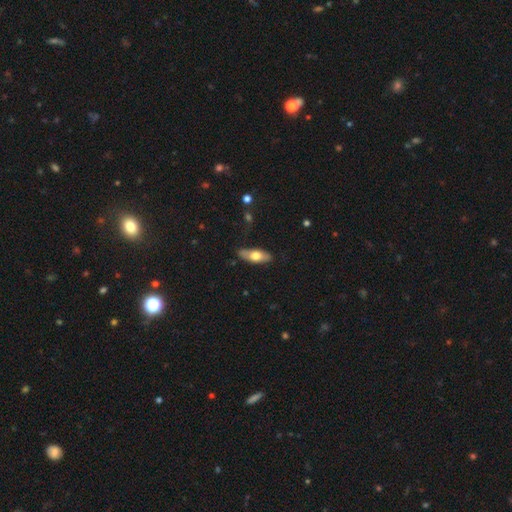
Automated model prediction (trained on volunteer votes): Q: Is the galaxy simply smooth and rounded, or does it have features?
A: smooth — 60%.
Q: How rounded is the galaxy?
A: in between — 72%.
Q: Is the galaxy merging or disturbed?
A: none — 84%.